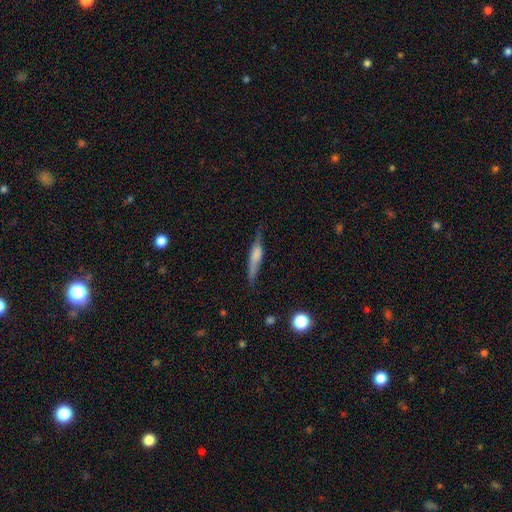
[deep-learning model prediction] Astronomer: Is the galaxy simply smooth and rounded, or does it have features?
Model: featured or disk — 52% (runner-up: smooth, 41%).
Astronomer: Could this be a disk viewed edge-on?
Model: yes — 94%.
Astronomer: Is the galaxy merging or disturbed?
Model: none — 73%.